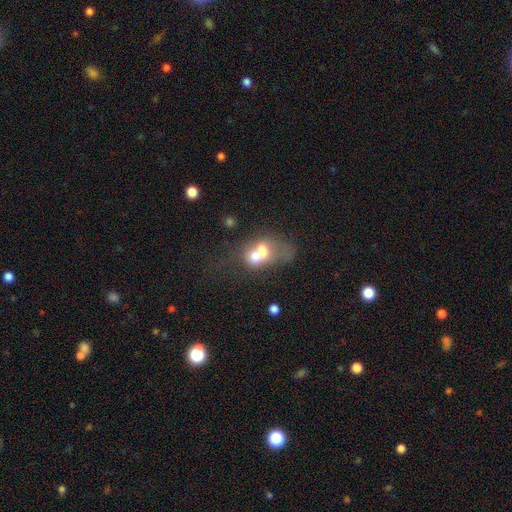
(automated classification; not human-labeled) smooth_or_featured: smooth (p=0.58) [alt: featured or disk p=0.31]
how_rounded: in between (p=0.51) [alt: round p=0.47]
merging: merger (p=0.73) [alt: none p=0.13]